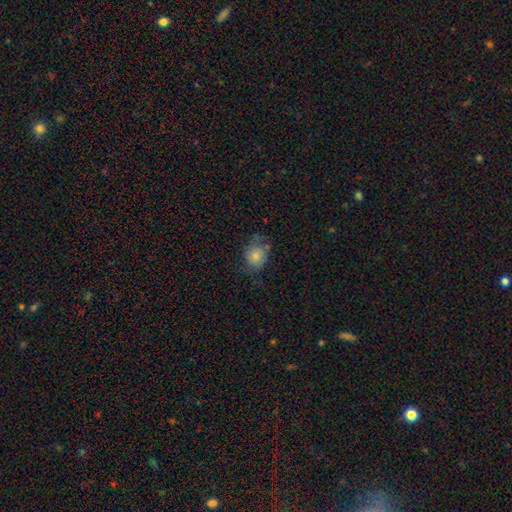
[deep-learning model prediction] This appears to be a smooth galaxy with no disk features (77%) that is round (51%). Merging: none (52%).